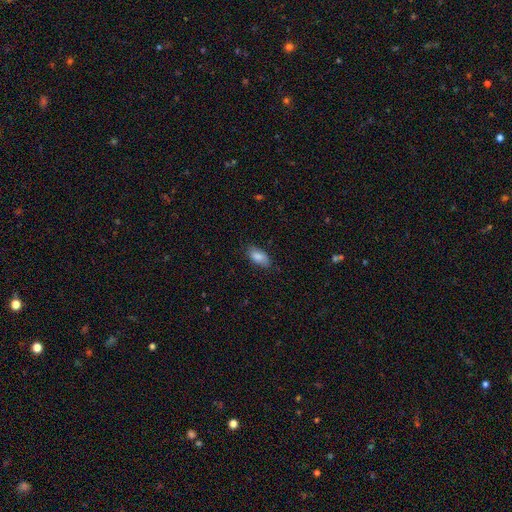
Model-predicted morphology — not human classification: The model was most divided on "merging": none: 82%, minor disturbance: 14%, major disturbance: 3%, merger: 1%. More confident: how rounded — in between (91%); smooth or featured — smooth (83%).